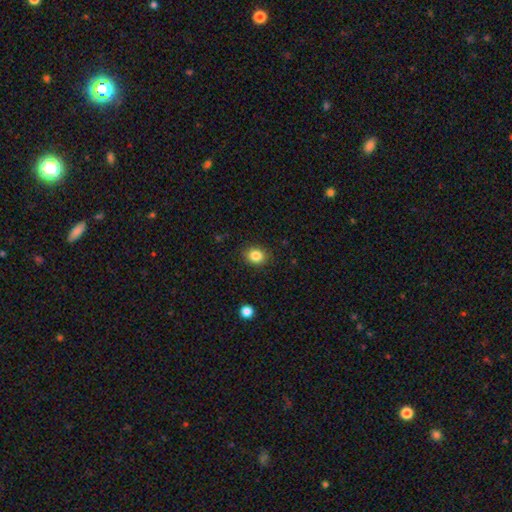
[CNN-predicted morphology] smooth 85%, star or artifact 10%, featured or disk 5%. Down the decision tree: how rounded — round (59%); merging — none (88%).